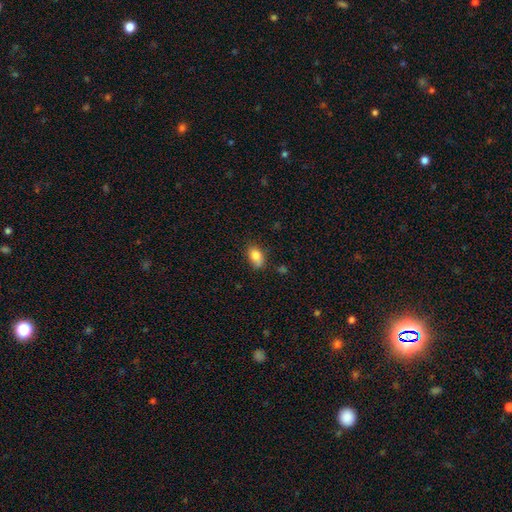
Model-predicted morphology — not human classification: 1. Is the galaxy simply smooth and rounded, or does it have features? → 84% smooth, 9% star or artifact, 7% featured or disk.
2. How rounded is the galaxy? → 86% in between, 12% round, 2% cigar-shaped.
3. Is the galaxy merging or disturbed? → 68% none, 24% minor disturbance, 5% major disturbance, 3% merger.